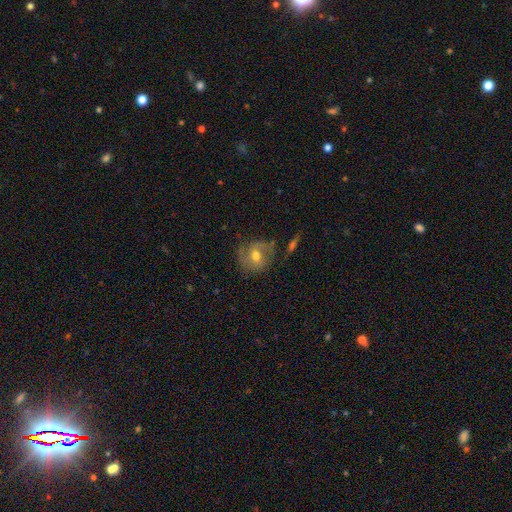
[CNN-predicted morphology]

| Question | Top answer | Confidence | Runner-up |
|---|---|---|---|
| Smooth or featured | featured or disk | 48% | smooth (42%) |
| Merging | none | 67% | minor disturbance (20%) |